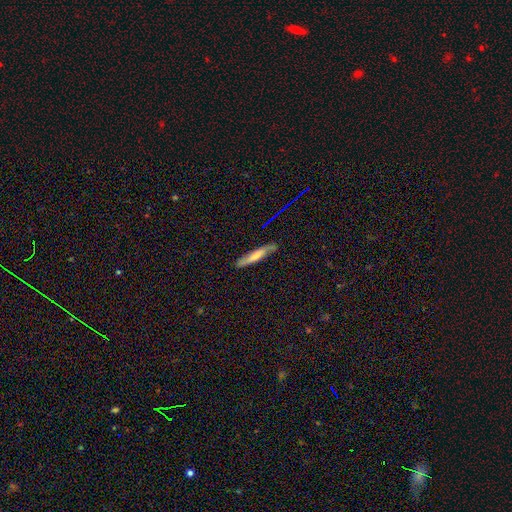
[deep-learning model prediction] This appears to be a smooth galaxy with no disk features (56%) that is cigar-shaped (90%). Merging: none (77%).